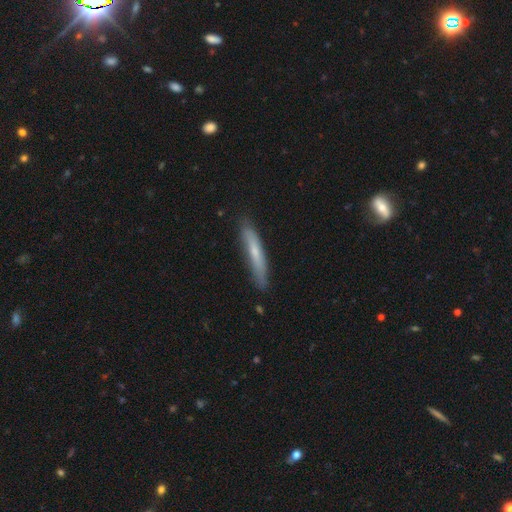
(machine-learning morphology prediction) A smooth galaxy with no disk features (51%) that is cigar-shaped (94%).

Vote fractions:
- Smooth or featured? smooth: 51% / featured or disk: 41% / star or artifact: 8%
- How rounded? cigar-shaped: 94% / in between: 5% / round: 1%
- Merging? none: 85% / minor disturbance: 12% / major disturbance: 2% / merger: 1%